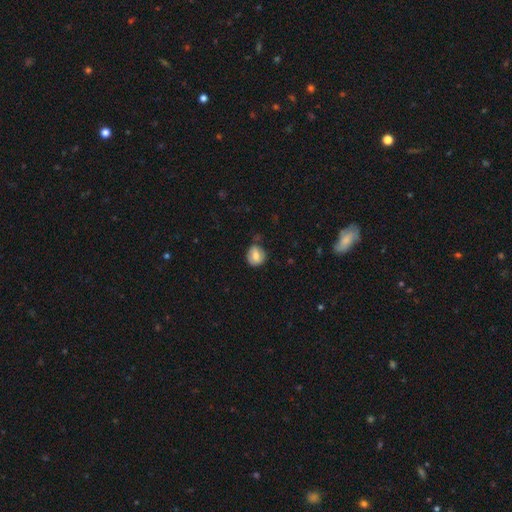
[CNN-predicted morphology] type=smooth (66%); roundness=round (71%); merging=none (60%).